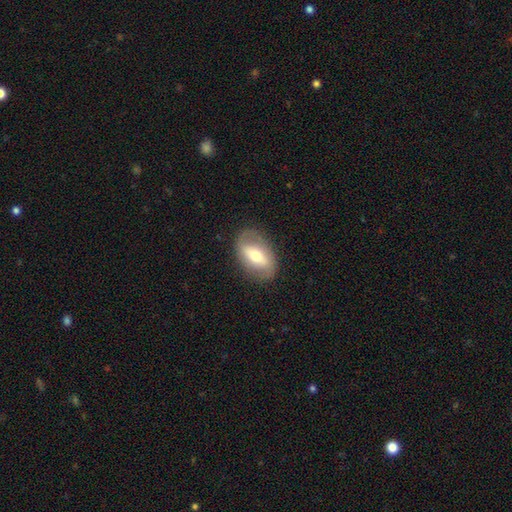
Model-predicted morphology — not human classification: A featured or disk galaxy (53%).

Vote fractions:
- Smooth or featured? featured or disk: 53% / smooth: 40% / star or artifact: 7%
- Edge-on disk? no: 88% / yes: 12%
- Merging? none: 81% / minor disturbance: 13% / major disturbance: 5% / merger: 1%